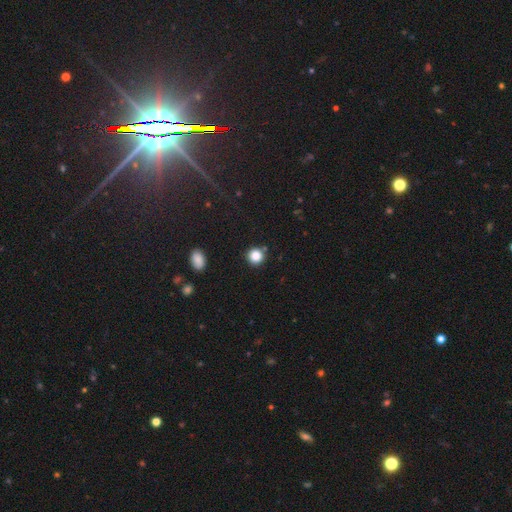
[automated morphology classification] Smooth or featured: smooth — 85% (star or artifact — 11%)
How rounded: round — 92% (in between — 7%)
Merging: none — 87% (minor disturbance — 7%)